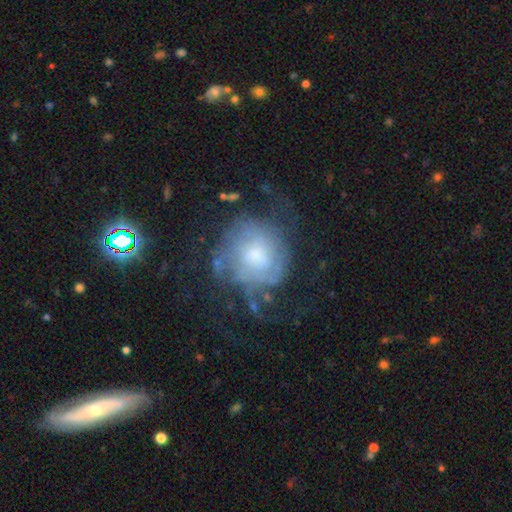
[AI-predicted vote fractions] smooth_or_featured: featured or disk (p=0.61) [alt: smooth p=0.29]
disk_edge_on: no (p=0.97) [alt: yes p=0.03]
bar: no (p=0.73) [alt: weak p=0.23]
has_spiral_arms: yes (p=0.66) [alt: no p=0.34]
bulge_size: moderate (p=0.46) [alt: small p=0.27]
merging: none (p=0.50) [alt: major disturbance p=0.26]